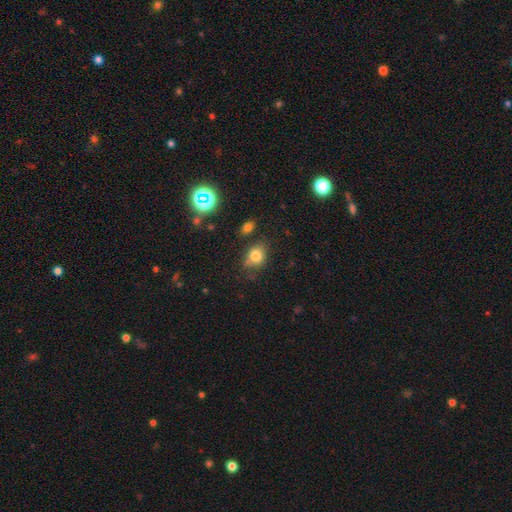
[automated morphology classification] smooth_or_featured: smooth (p=0.77) [alt: star or artifact p=0.14]
how_rounded: round (p=0.50) [alt: in between p=0.49]
merging: none (p=0.65) [alt: minor disturbance p=0.22]